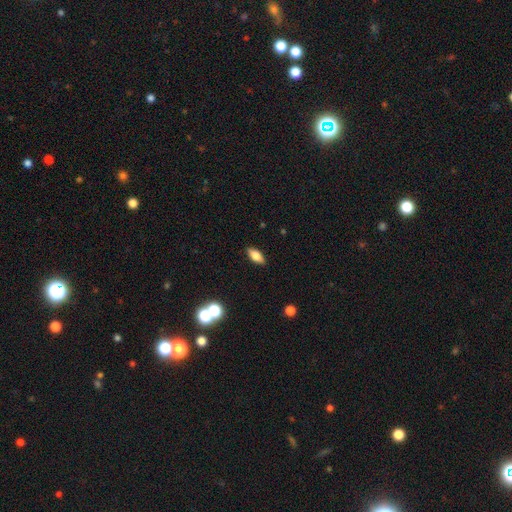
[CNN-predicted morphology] The model was most divided on "smooth or featured": smooth: 72%, featured or disk: 20%, star or artifact: 8%. More confident: merging — none (88%); how rounded — in between (81%).